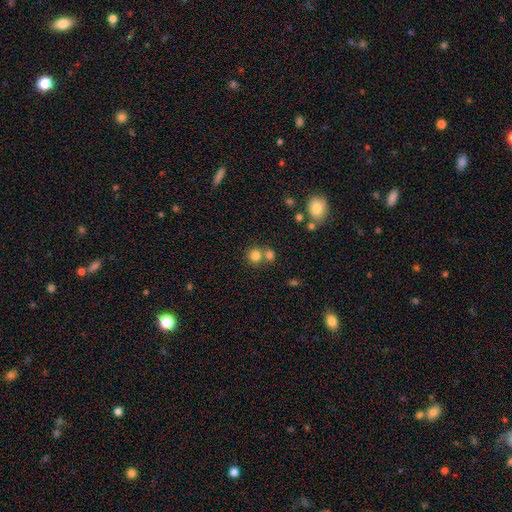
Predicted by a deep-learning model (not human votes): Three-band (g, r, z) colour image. It shows a smooth galaxy with no disk features (80%) that is round (88%). Merging: none (56%).